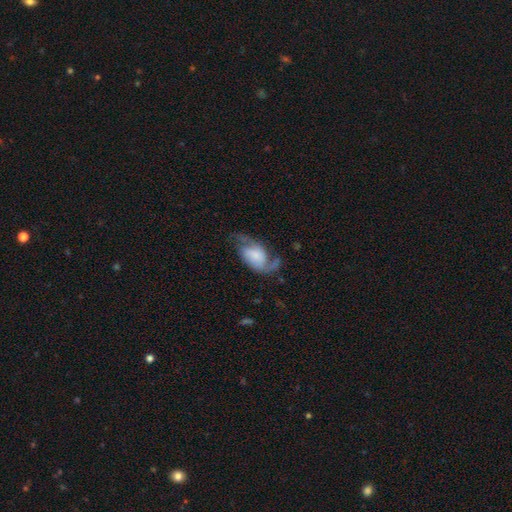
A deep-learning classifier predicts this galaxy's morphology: This is likely a featured or disk galaxy (71%). It is clearly not viewed edge-on (96%). Bar: possibly no (57%). Spiral arm pattern: clearly yes (91%). Spiral arm count: clearly 2 (85%). Spiral winding: possibly loose (53%). Central bulge: marginally small (36%). Merging: possibly none (48%).